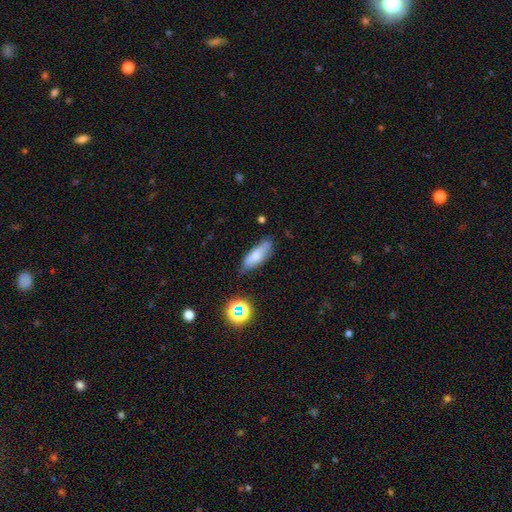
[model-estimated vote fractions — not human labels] smooth-or-featured: smooth: 66% | featured or disk: 24% | star or artifact: 10%
  how-rounded: in between: 57% | cigar-shaped: 40% | round: 3%
  merging: none: 70% | minor disturbance: 22% | major disturbance: 5% | merger: 3%